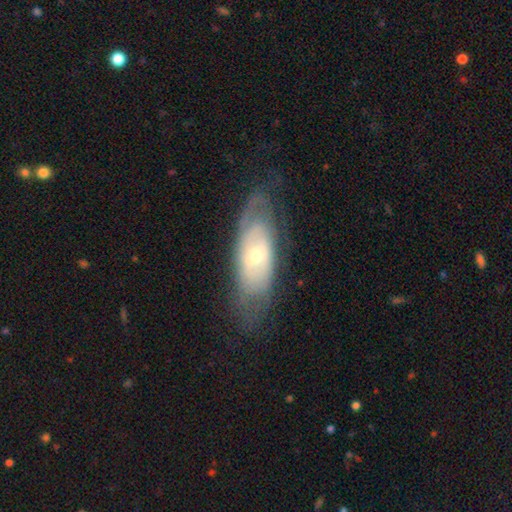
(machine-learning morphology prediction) This is likely a featured or disk galaxy (68%). It is clearly not viewed edge-on (84%). Bar: possibly no (54%). Spiral arm pattern: likely yes (70%). Central bulge: possibly small (54%). Merging: likely none (67%).